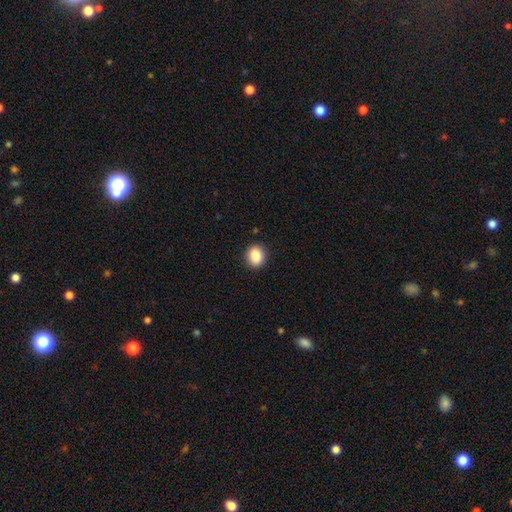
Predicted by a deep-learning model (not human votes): smooth 87%, star or artifact 9%, featured or disk 4%. Down the decision tree: how rounded — round (69%); merging — none (91%).